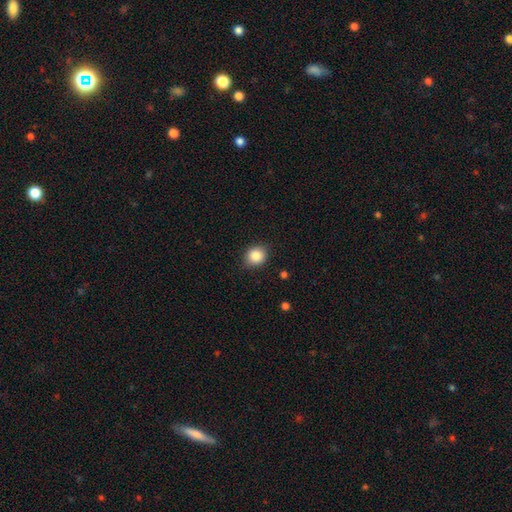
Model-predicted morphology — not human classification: smooth 85%, star or artifact 10%, featured or disk 6%. Down the decision tree: how rounded — round (75%); merging — none (86%).